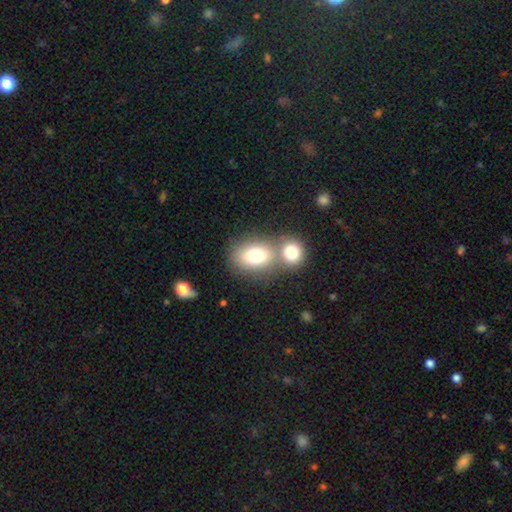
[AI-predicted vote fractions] smooth_or_featured: smooth (p=0.77) [alt: featured or disk p=0.14]
how_rounded: in between (p=0.64) [alt: round p=0.34]
merging: none (p=0.45) [alt: merger p=0.44]